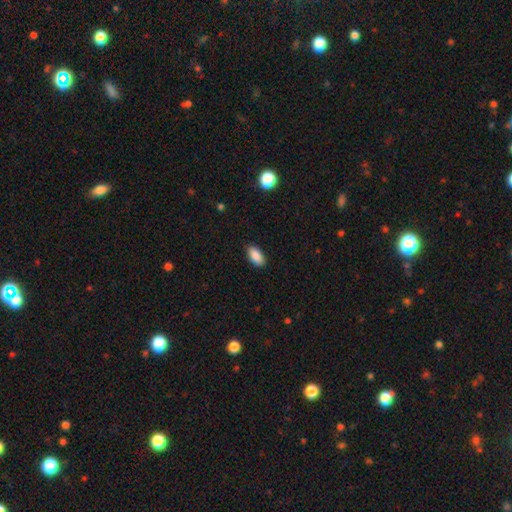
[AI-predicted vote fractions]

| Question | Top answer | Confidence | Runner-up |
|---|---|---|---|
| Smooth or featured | smooth | 89% | star or artifact (7%) |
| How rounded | in between | 93% | cigar-shaped (4%) |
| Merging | none | 88% | minor disturbance (9%) |